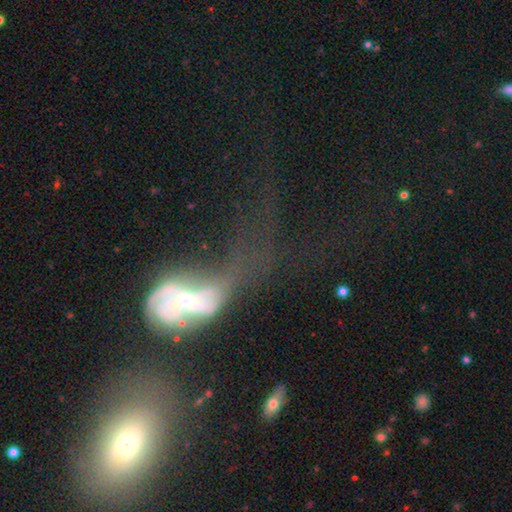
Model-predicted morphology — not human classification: A featured or disk galaxy (51%).

Vote fractions:
- Smooth or featured? featured or disk: 51% / smooth: 31% / star or artifact: 18%
- Edge-on disk? no: 90% / yes: 10%
- Merging? merger: 43% / major disturbance: 38% / none: 11% / minor disturbance: 8%